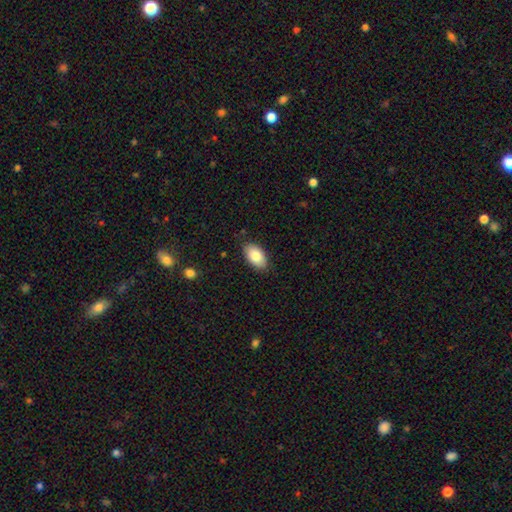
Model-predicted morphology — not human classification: Q: Smooth or featured?
A: smooth (83%); runner-up: featured or disk (10%)
Q: How rounded?
A: in between (94%); runner-up: round (4%)
Q: Merging?
A: none (87%); runner-up: minor disturbance (10%)